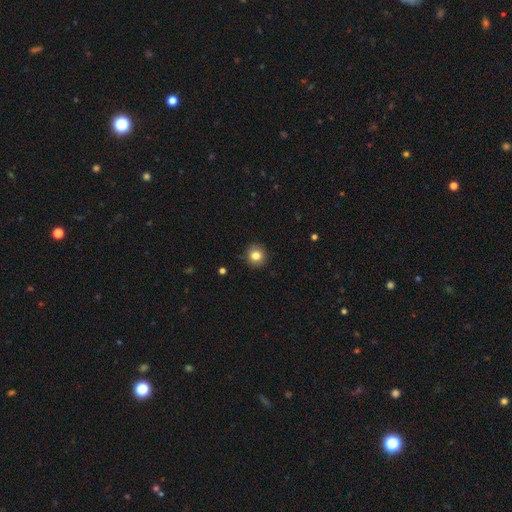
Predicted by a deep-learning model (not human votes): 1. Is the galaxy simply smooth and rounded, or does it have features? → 82% smooth, 11% star or artifact, 7% featured or disk.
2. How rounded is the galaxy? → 93% round, 7% in between, 1% cigar-shaped.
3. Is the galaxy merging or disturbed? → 91% none, 6% minor disturbance, 2% major disturbance, 1% merger.